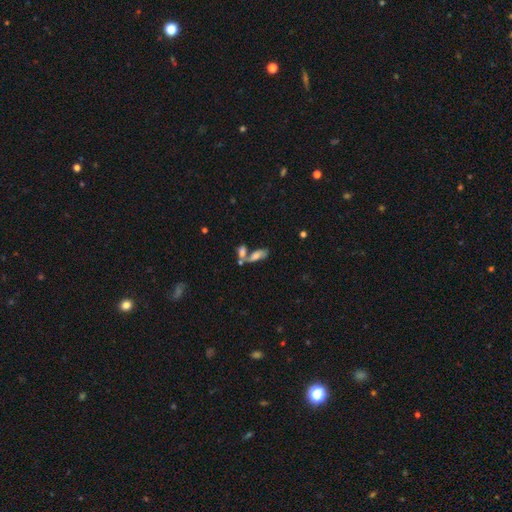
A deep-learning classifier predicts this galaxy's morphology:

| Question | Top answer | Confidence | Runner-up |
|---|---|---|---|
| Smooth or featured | smooth | 65% | featured or disk (23%) |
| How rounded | in between | 73% | cigar-shaped (23%) |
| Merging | merger | 47% | none (36%) |